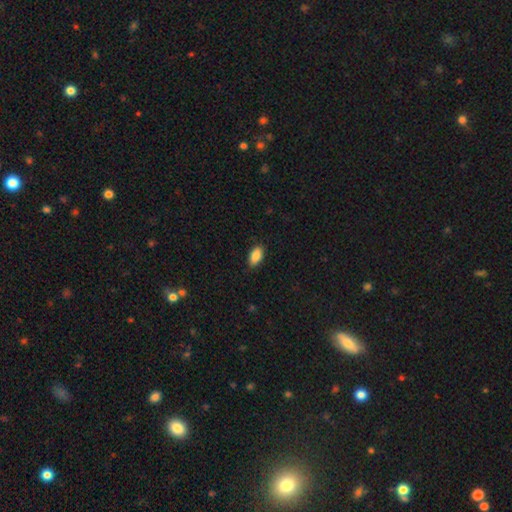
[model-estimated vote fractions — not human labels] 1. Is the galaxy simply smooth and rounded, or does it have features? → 88% smooth, 7% star or artifact, 5% featured or disk.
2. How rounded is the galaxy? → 92% in between, 5% cigar-shaped, 4% round.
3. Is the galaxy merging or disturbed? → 83% none, 14% minor disturbance, 2% major disturbance, 1% merger.